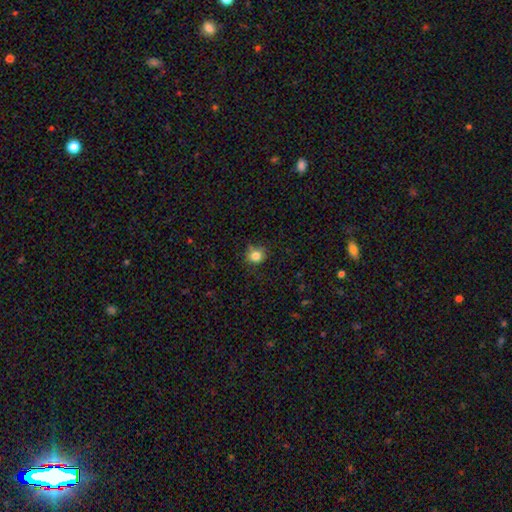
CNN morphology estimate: The model was most divided on "merging": none: 76%, minor disturbance: 18%, major disturbance: 4%, merger: 2%. More confident: how rounded — round (83%); smooth or featured — smooth (83%).